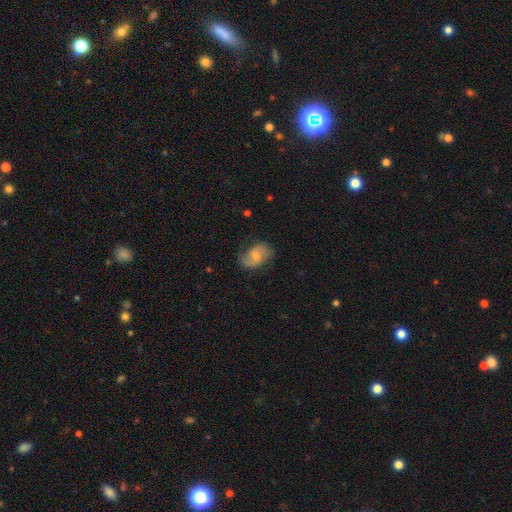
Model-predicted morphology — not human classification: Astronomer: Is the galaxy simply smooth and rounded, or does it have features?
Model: featured or disk — 53% (runner-up: smooth, 40%).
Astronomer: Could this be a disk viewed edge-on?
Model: no — 96%.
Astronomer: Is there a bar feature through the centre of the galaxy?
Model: no — 50% (runner-up: weak, 41%).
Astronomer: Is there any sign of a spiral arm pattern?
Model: yes — 85%.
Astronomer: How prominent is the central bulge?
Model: small — 47% (runner-up: moderate, 43%).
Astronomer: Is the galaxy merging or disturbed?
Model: none — 66%.